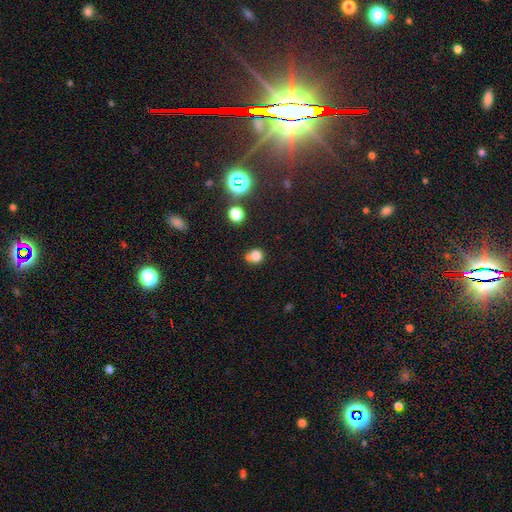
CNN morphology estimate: Smooth or featured? smooth (77%)
How rounded? round (79%)
Merging? none (54%)